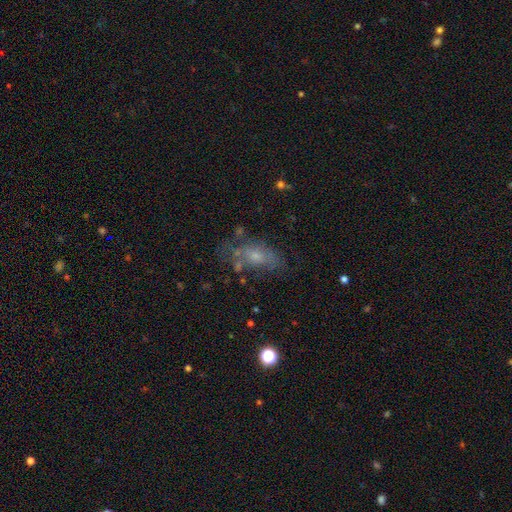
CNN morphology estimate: Smooth or featured? Predicted: smooth (p=0.45). Merging? Predicted: none (p=0.51).